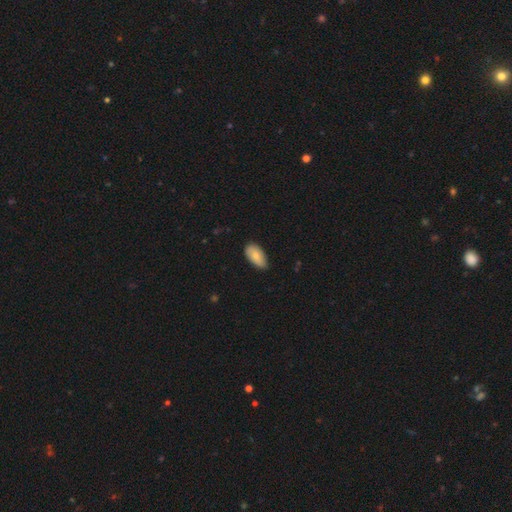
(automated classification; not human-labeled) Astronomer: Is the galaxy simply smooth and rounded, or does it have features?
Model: smooth — 78%.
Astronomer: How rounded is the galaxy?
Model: in between — 95%.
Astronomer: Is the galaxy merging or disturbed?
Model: none — 74%.